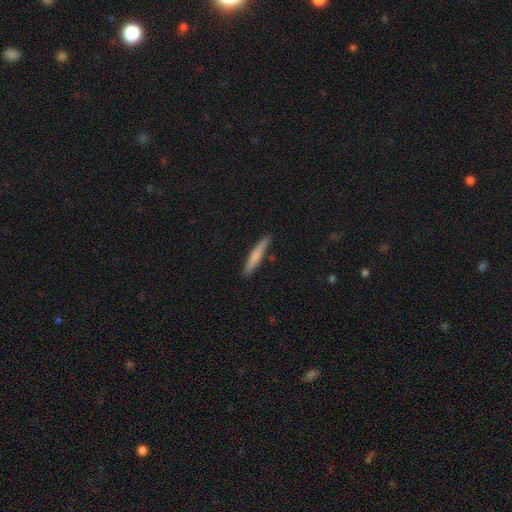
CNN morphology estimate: This is likely a smooth galaxy (70%). How rounded: clearly cigar-shaped (94%). Merging: clearly none (87%).